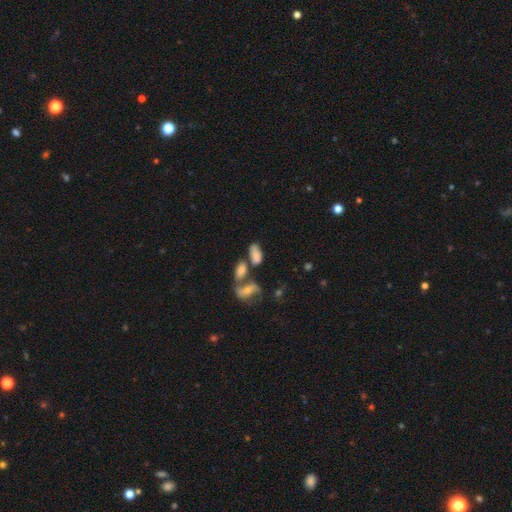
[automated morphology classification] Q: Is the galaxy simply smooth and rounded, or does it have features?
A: smooth — 69%.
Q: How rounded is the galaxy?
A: in between — 90%.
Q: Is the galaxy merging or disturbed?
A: merger — 38%.